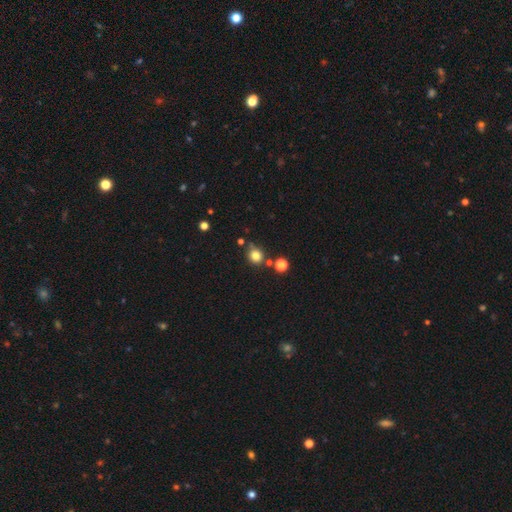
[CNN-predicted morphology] Q: Smooth or featured?
A: smooth (80%); runner-up: star or artifact (14%)
Q: How rounded?
A: round (84%); runner-up: in between (15%)
Q: Merging?
A: none (71%); runner-up: minor disturbance (14%)